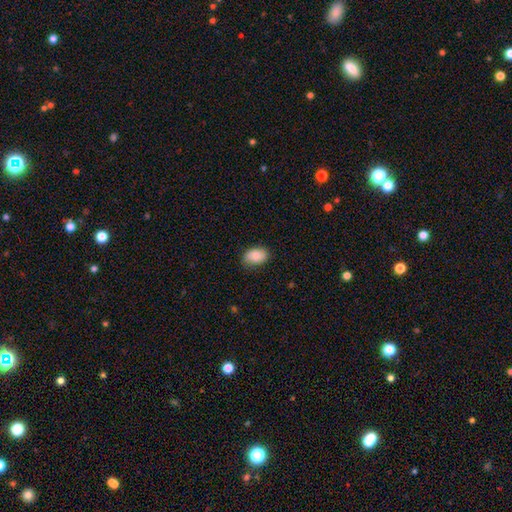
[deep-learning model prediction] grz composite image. It shows a smooth galaxy with no disk features (84%) that is in between round and cigar-shaped (87%). Merging: none (74%).